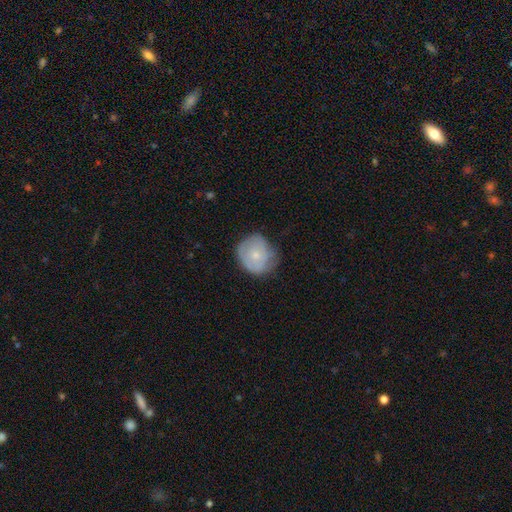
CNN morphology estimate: This is possibly a smooth galaxy (58%). How rounded: likely round (77%). Merging: possibly none (57%).